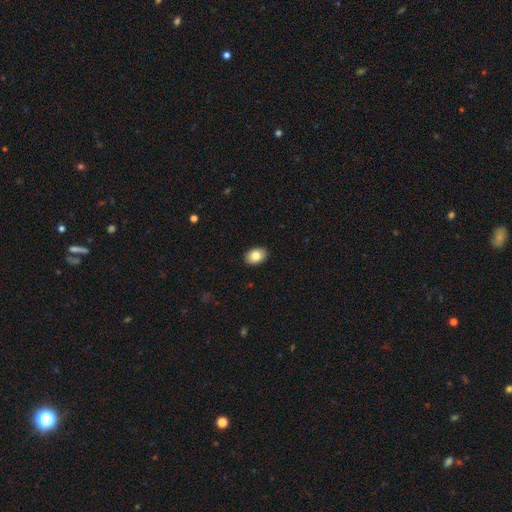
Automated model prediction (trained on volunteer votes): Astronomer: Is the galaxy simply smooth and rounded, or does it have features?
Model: smooth — 83%.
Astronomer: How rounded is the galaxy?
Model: in between — 74%.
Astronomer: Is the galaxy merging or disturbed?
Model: none — 90%.